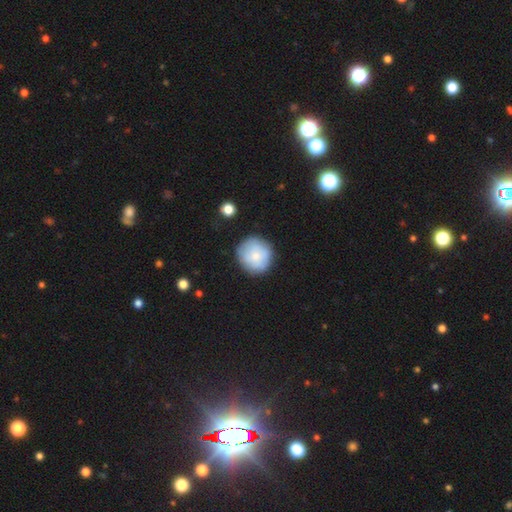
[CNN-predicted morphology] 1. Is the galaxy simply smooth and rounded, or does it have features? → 72% smooth, 21% featured or disk, 7% star or artifact.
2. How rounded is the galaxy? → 92% round, 7% in between, 1% cigar-shaped.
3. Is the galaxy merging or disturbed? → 82% none, 12% minor disturbance, 3% major disturbance, 2% merger.